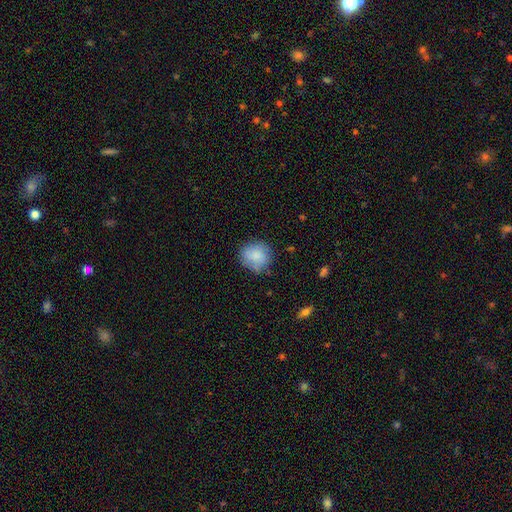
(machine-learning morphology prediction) smooth-or-featured: smooth: 81% | featured or disk: 12% | star or artifact: 8%
  how-rounded: round: 81% | in between: 18% | cigar-shaped: 1%
  merging: none: 69% | minor disturbance: 22% | major disturbance: 6% | merger: 2%